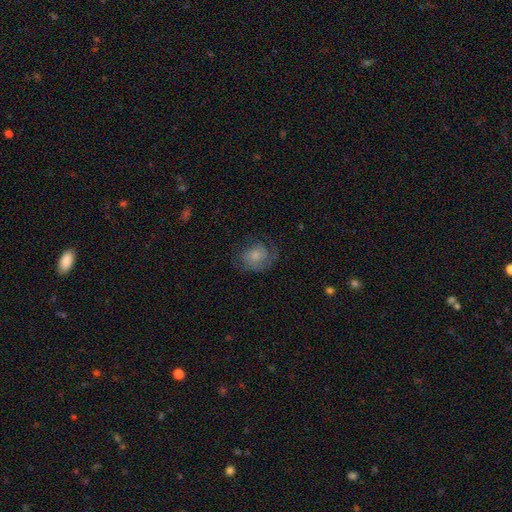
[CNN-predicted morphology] Smooth or featured: smooth — 47% (featured or disk — 44%)
Merging: none — 60% (minor disturbance — 22%)